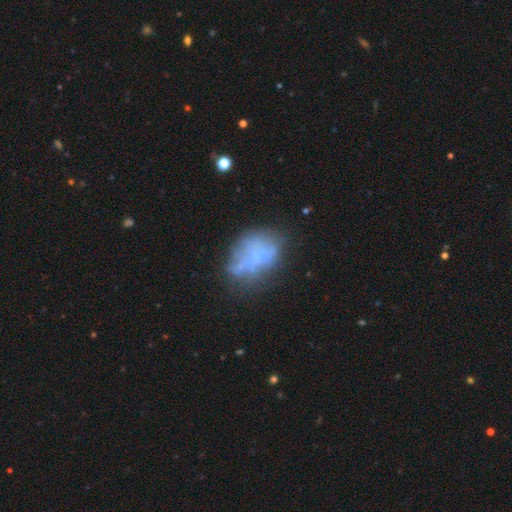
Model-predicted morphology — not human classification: Smooth or featured?
  - featured or disk: 47% *
  - smooth: 39%
  - star or artifact: 14%
Merging?
  - none: 46% *
  - minor disturbance: 24%
  - major disturbance: 21%
  - merger: 9%